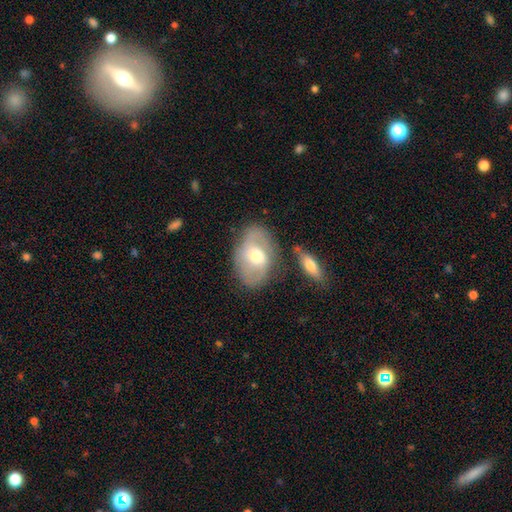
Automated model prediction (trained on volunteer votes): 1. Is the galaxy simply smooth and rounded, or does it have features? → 64% featured or disk, 30% smooth, 6% star or artifact.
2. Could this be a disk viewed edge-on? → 94% no, 6% yes.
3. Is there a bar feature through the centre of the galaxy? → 46% weak, 38% no, 16% strong.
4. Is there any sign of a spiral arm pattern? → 77% yes, 23% no.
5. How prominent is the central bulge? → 68% moderate, 24% small, 6% large, 1% dominant, 1% none.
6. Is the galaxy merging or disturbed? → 71% none, 16% minor disturbance, 8% merger, 5% major disturbance.